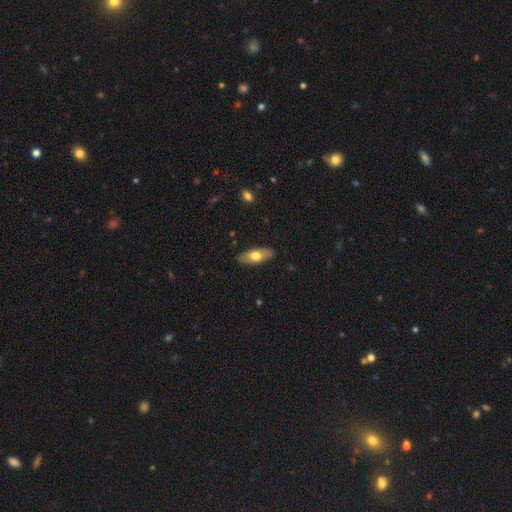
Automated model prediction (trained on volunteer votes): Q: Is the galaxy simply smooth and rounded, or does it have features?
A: smooth — 65%.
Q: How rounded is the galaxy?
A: in between — 77%.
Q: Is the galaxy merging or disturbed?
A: none — 88%.